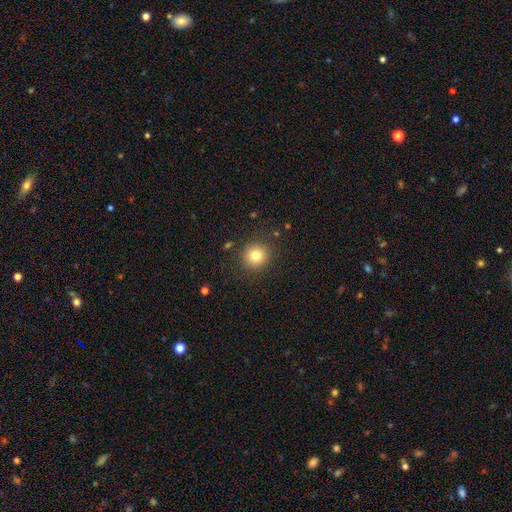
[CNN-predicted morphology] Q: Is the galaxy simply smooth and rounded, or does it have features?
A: smooth — 79%.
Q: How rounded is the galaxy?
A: round — 92%.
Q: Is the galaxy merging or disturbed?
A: none — 89%.